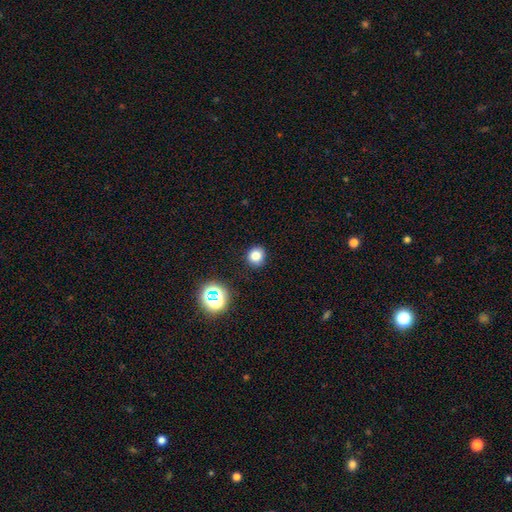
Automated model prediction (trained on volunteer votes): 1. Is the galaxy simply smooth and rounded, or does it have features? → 79% smooth, 16% star or artifact, 5% featured or disk.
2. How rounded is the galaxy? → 86% round, 14% in between, 1% cigar-shaped.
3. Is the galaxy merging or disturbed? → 89% none, 8% minor disturbance, 2% major disturbance, 1% merger.